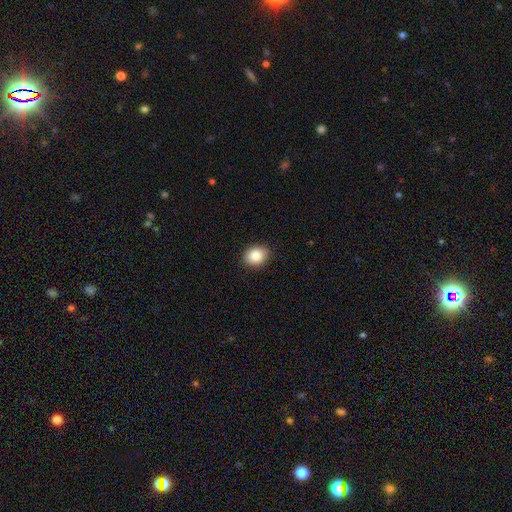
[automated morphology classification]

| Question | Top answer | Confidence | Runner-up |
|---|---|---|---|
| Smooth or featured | smooth | 86% | star or artifact (8%) |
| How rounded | in between | 53% | round (46%) |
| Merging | none | 89% | minor disturbance (8%) |